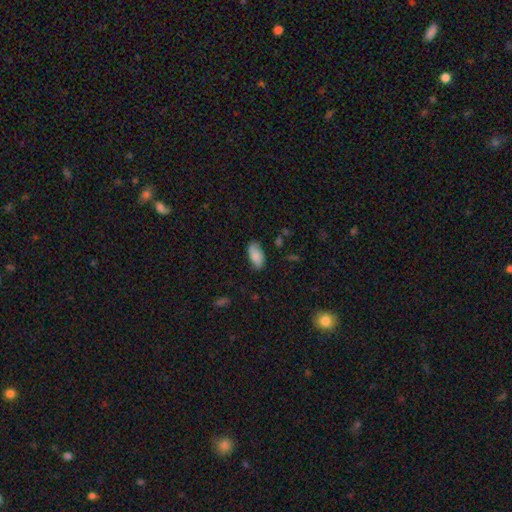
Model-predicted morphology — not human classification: smooth-or-featured: smooth: 83% | featured or disk: 10% | star or artifact: 7%
  how-rounded: in between: 93% | cigar-shaped: 5% | round: 2%
  merging: none: 76% | minor disturbance: 19% | major disturbance: 4% | merger: 2%